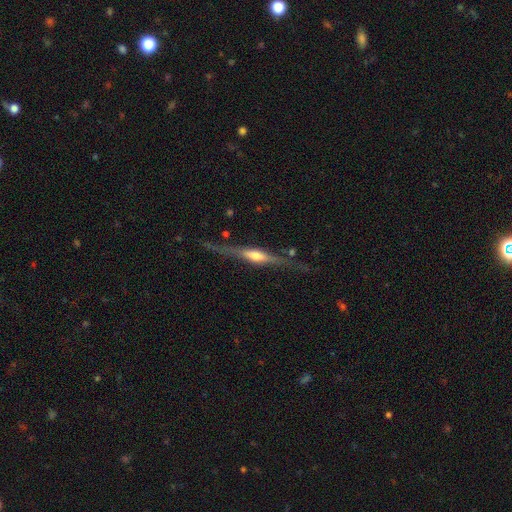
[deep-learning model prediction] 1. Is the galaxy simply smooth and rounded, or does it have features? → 81% featured or disk, 13% smooth, 6% star or artifact.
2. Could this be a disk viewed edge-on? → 97% yes, 3% no.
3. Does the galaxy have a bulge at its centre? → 85% rounded, 11% boxy, 4% none.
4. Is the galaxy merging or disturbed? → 78% none, 14% minor disturbance, 5% major disturbance, 2% merger.